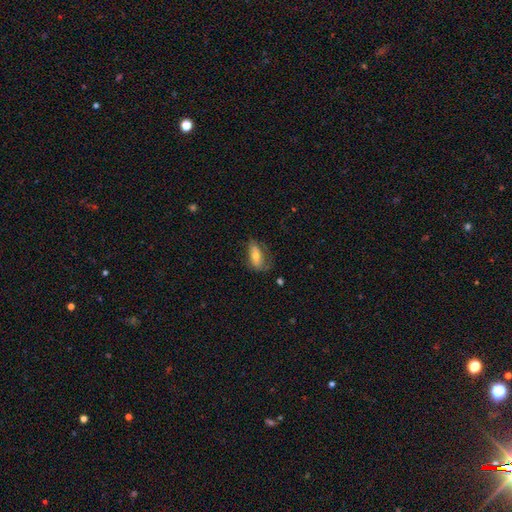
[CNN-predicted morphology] Overall: smooth (57%; featured or disk 36%). How rounded: in between (84%). Merging: none (56%; minor disturbance 26%).